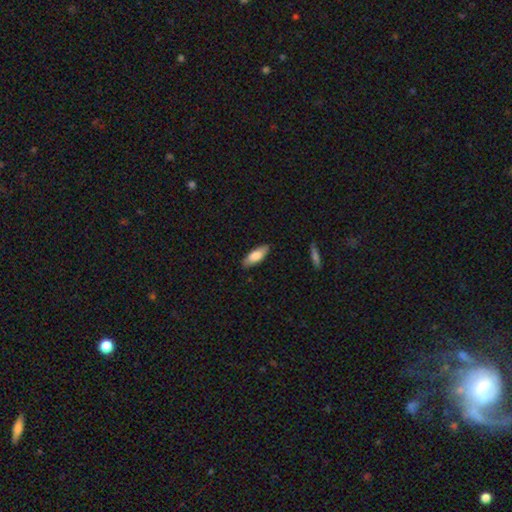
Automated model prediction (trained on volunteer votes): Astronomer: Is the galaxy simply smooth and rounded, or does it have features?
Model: smooth — 79%.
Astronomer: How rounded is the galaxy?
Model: in between — 70%.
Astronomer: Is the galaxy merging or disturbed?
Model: none — 85%.